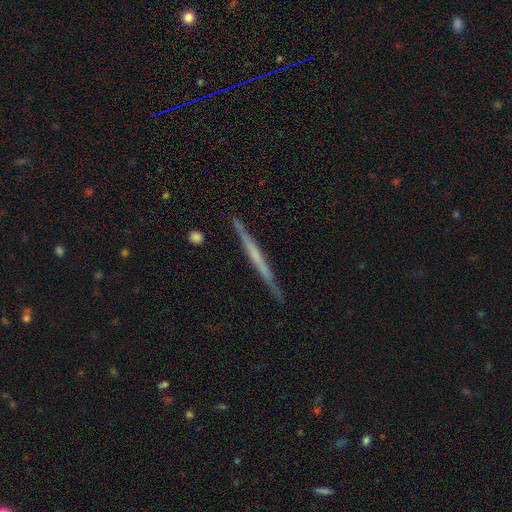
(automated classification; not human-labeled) This is likely a featured or disk galaxy (62%). It is clearly viewed edge-on (98%). Edge-on bulge: likely none (78%). Merging: clearly none (90%).